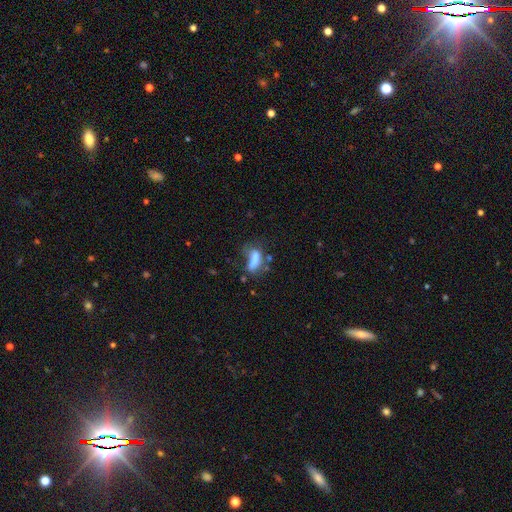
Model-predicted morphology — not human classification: The model was most divided on "merging": major disturbance: 31%, none: 27%, merger: 21%, minor disturbance: 21%. More confident: smooth or featured — smooth (64%); how rounded — in between (64%).